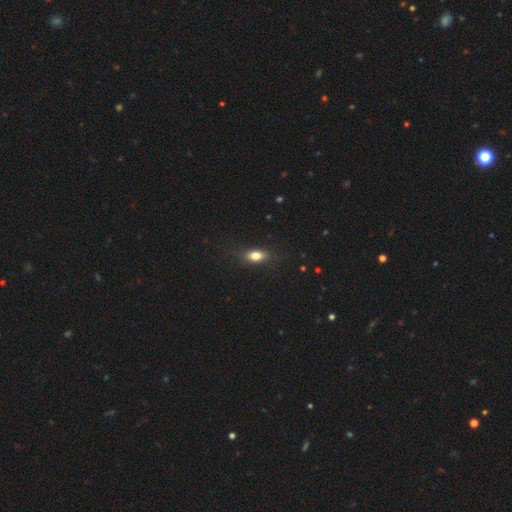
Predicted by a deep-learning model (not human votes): A smooth galaxy with no disk features (80%) that is in between round and cigar-shaped (82%). Merging: none (84%).